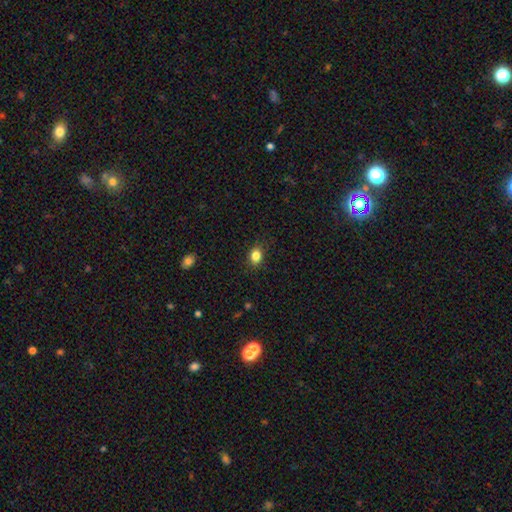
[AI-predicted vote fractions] Smooth or featured? Predicted: smooth (p=0.84). How rounded? Predicted: in between (p=0.54). Merging? Predicted: none (p=0.86).